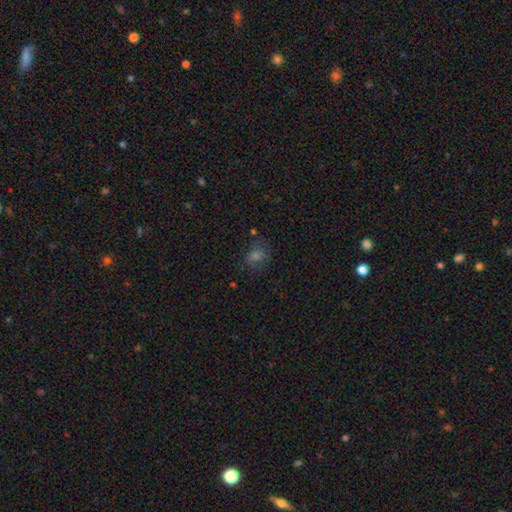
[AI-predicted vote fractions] Smooth or featured? smooth (52%)
How rounded? round (57%)
Merging? none (75%)